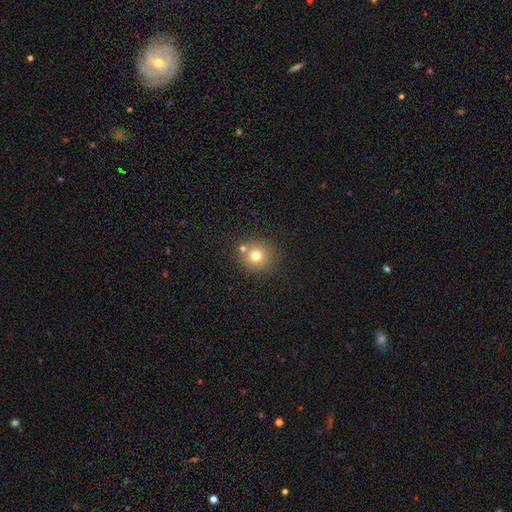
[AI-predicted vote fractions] A smooth galaxy with no disk features (74%) that is round (91%). Merging: none (74%).